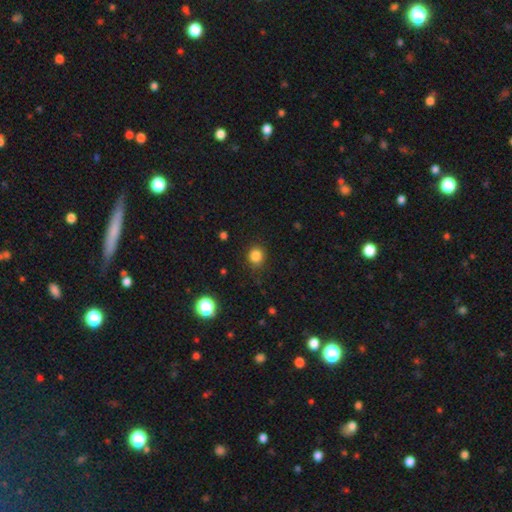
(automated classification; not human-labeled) smooth-or-featured: smooth: 83% | star or artifact: 13% | featured or disk: 4%
  how-rounded: round: 84% | in between: 15% | cigar-shaped: 1%
  merging: none: 84% | minor disturbance: 11% | major disturbance: 3% | merger: 1%